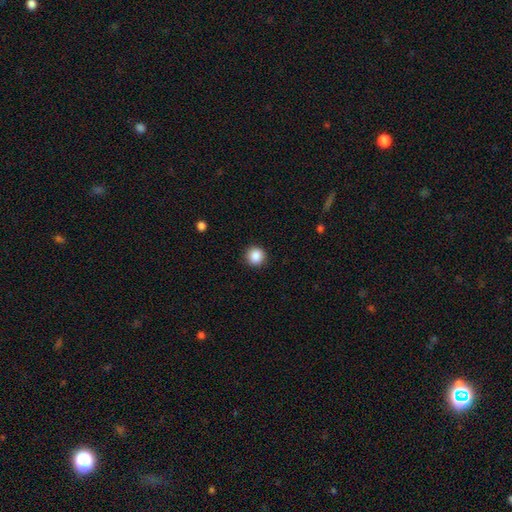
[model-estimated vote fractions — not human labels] A smooth galaxy with no disk features (88%) that is round (93%).

Vote fractions:
- Smooth or featured? smooth: 88% / star or artifact: 9% / featured or disk: 3%
- How rounded? round: 93% / in between: 6% / cigar-shaped: 1%
- Merging? none: 91% / minor disturbance: 6% / major disturbance: 2% / merger: 1%